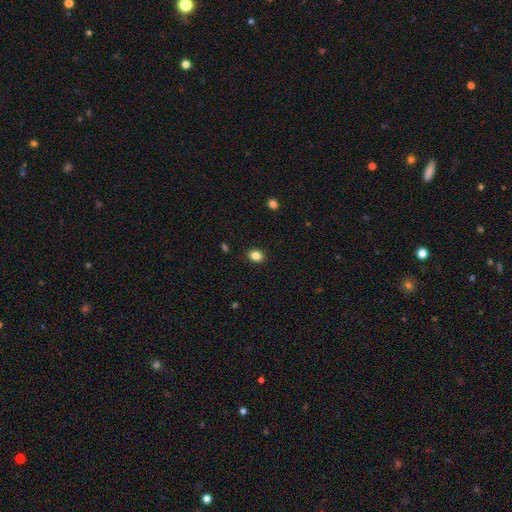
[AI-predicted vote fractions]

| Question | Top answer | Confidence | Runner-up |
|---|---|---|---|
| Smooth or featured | smooth | 85% | star or artifact (11%) |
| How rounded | in between | 52% | round (47%) |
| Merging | none | 90% | minor disturbance (7%) |